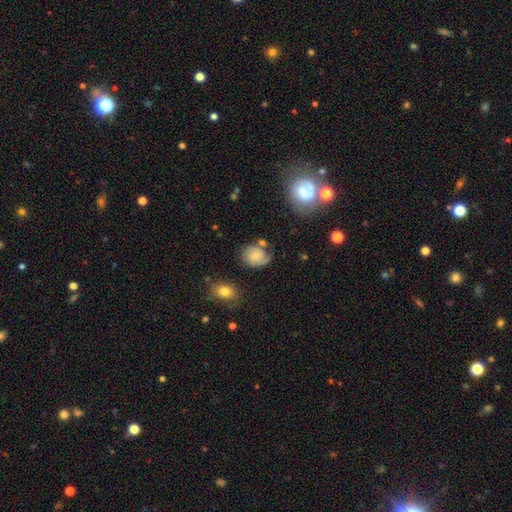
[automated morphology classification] type=featured or disk (46%); merging=none (56%).